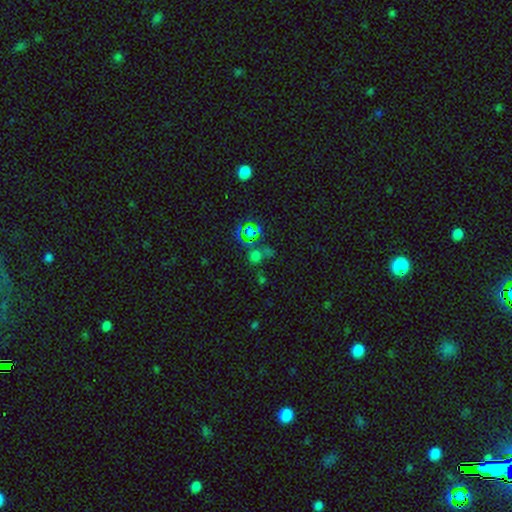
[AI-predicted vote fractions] Smooth or featured?
  - star or artifact: 48% *
  - smooth: 43%
  - featured or disk: 9%